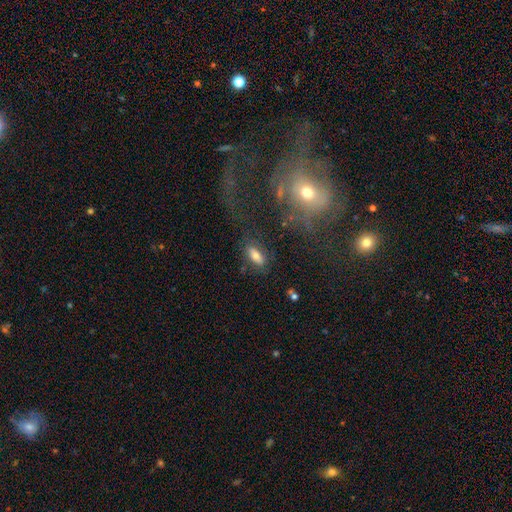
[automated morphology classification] Smooth or featured: smooth — 68% (featured or disk — 21%)
How rounded: in between — 80% (cigar-shaped — 16%)
Merging: none — 73% (minor disturbance — 16%)